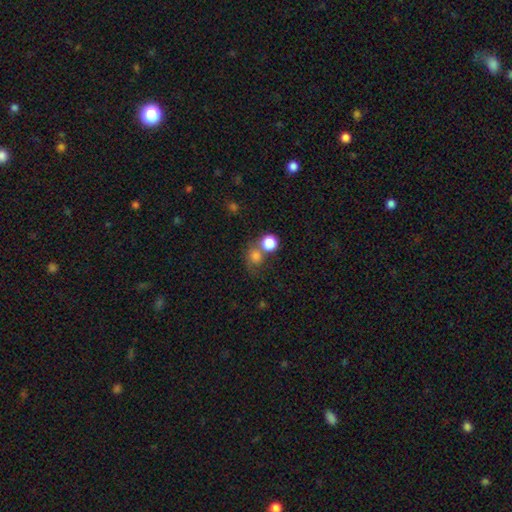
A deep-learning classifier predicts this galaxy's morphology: Smooth or featured: smooth — 77% (star or artifact — 14%)
How rounded: round — 81% (in between — 17%)
Merging: none — 47% (merger — 36%)